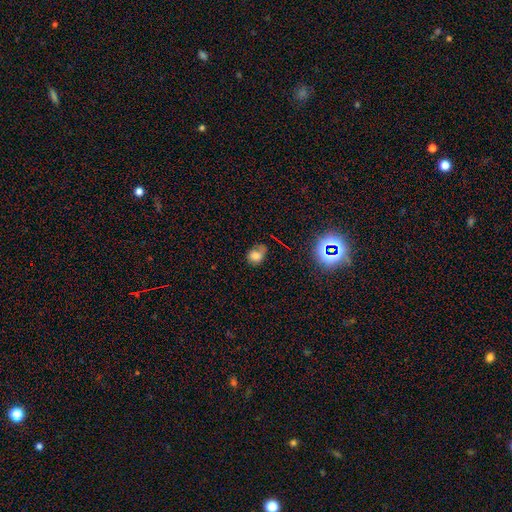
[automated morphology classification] Smooth or featured? Predicted: smooth (p=0.69). How rounded? Predicted: in between (p=0.50). Merging? Predicted: none (p=0.44).